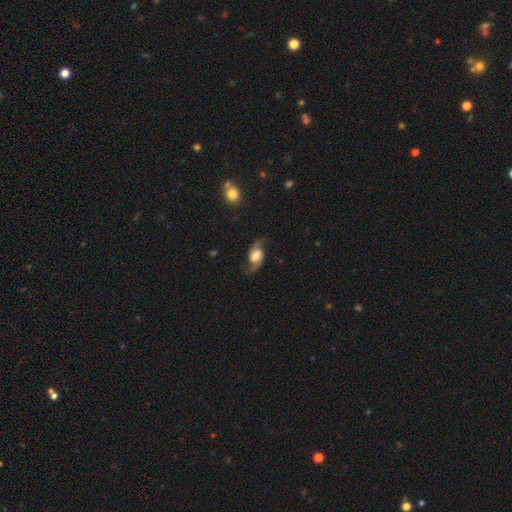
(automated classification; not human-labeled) Q: Smooth or featured?
A: featured or disk (79%); runner-up: smooth (15%)
Q: Edge-on disk?
A: no (96%); runner-up: yes (4%)
Q: Bar?
A: no (45%); runner-up: weak (41%)
Q: Spiral arms?
A: yes (95%); runner-up: no (5%)
Q: Spiral winding?
A: loose (57%); runner-up: medium (35%)
Q: Spiral arm count?
A: 2 (93%); runner-up: can't tell (2%)
Q: Bulge size?
A: moderate (43%); runner-up: large (34%)
Q: Merging?
A: none (75%); runner-up: minor disturbance (15%)